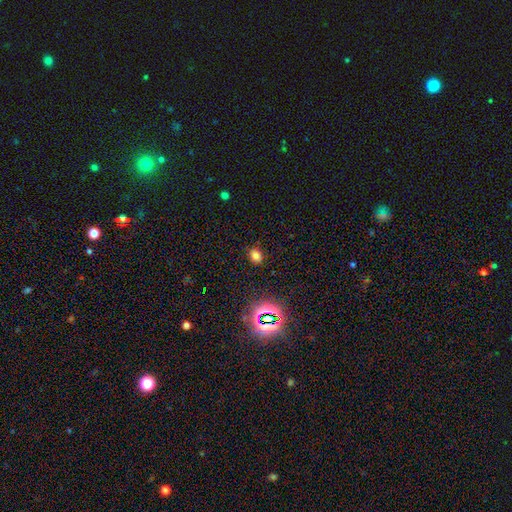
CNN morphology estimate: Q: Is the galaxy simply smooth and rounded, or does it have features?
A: smooth — 72%.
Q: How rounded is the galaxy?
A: in between — 50%.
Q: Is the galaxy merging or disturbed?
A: none — 85%.